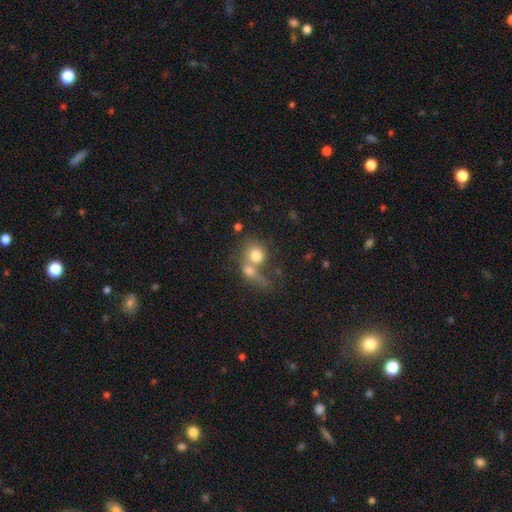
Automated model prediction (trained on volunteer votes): A smooth galaxy with no disk features (75%) that is round (71%).

Vote fractions:
- Smooth or featured? smooth: 75% / featured or disk: 16% / star or artifact: 9%
- How rounded? round: 71% / in between: 27% / cigar-shaped: 2%
- Merging? merger: 63% / none: 22% / major disturbance: 9% / minor disturbance: 7%